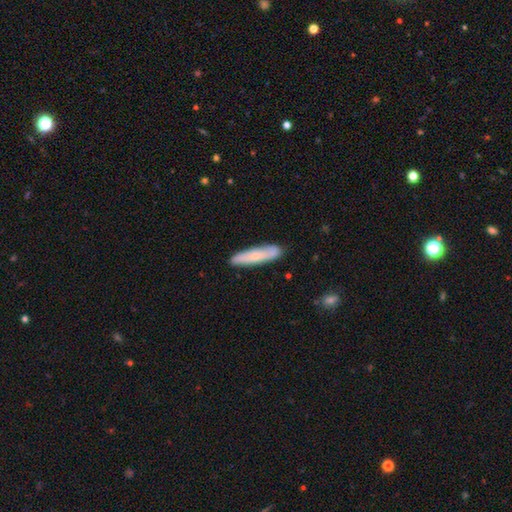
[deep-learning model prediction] Smooth or featured? smooth (61%)
How rounded? cigar-shaped (84%)
Merging? none (86%)